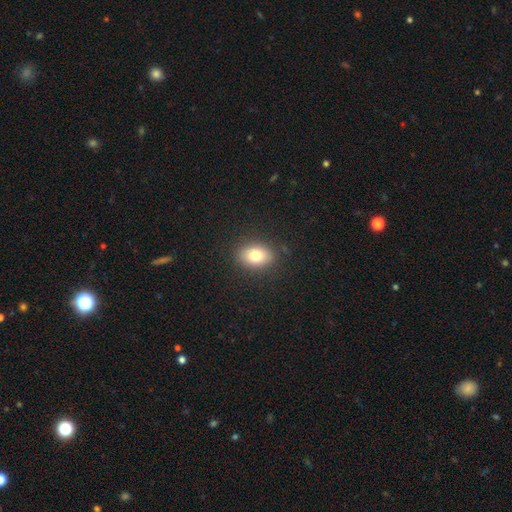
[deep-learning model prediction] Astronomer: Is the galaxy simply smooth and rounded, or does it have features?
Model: smooth — 78%.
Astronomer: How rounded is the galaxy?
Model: in between — 71%.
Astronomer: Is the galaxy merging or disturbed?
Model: none — 87%.